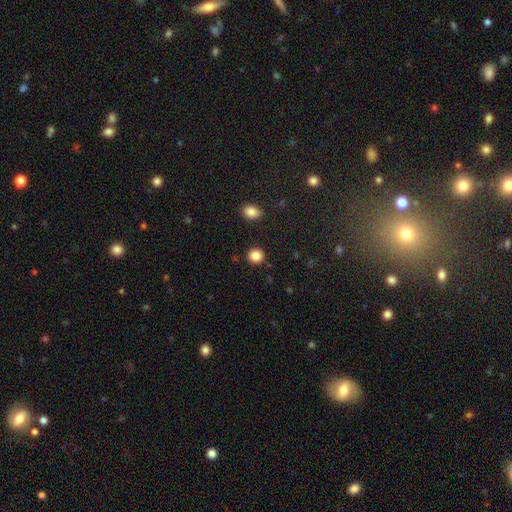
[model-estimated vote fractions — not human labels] The model was most divided on "smooth or featured": smooth: 86%, star or artifact: 11%, featured or disk: 4%. More confident: merging — none (90%); how rounded — round (89%).